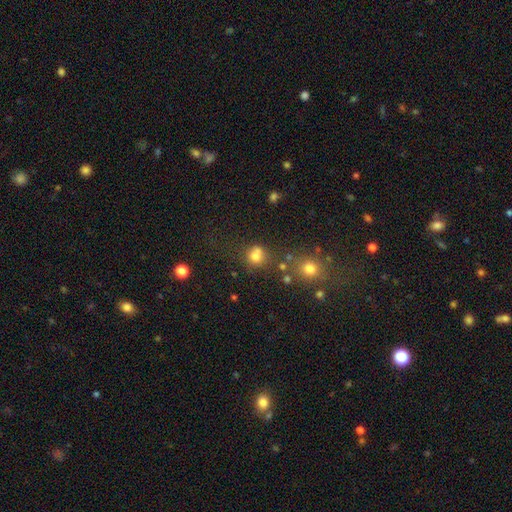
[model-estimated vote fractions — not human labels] Overall: smooth (74%). How rounded: round (82%). Merging: none (54%; merger 24%).